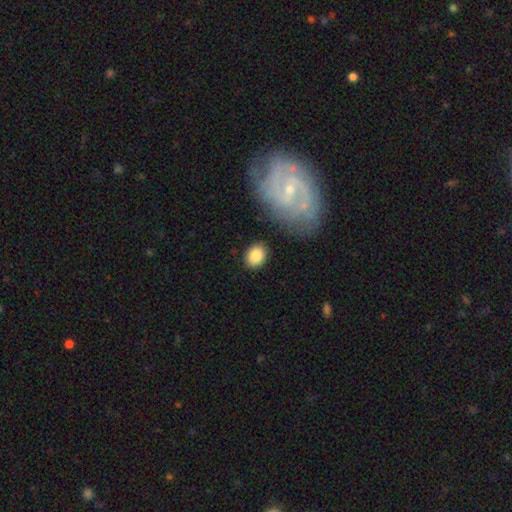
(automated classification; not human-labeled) This appears to be a smooth galaxy with no disk features (87%) that is in between round and cigar-shaped (59%). Merging: none (85%).